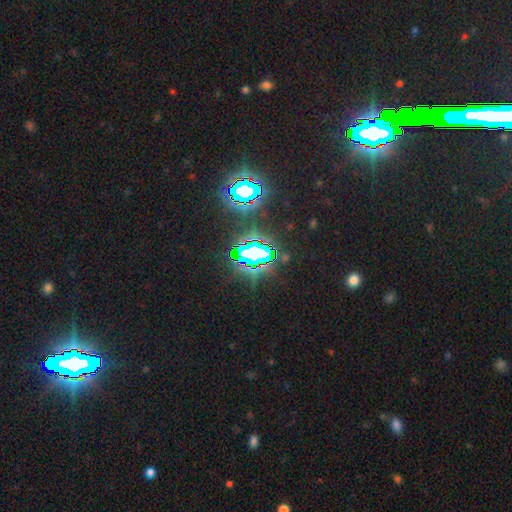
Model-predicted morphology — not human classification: A star or artifact, not a galaxy (76%).